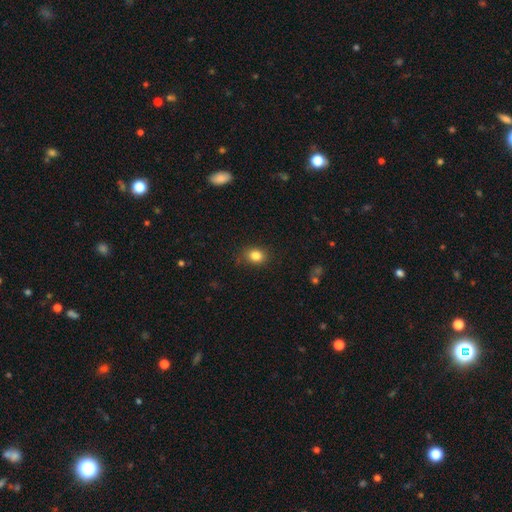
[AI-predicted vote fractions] Overall: smooth (83%). How rounded: round (52%; in between 47%). Merging: none (83%).